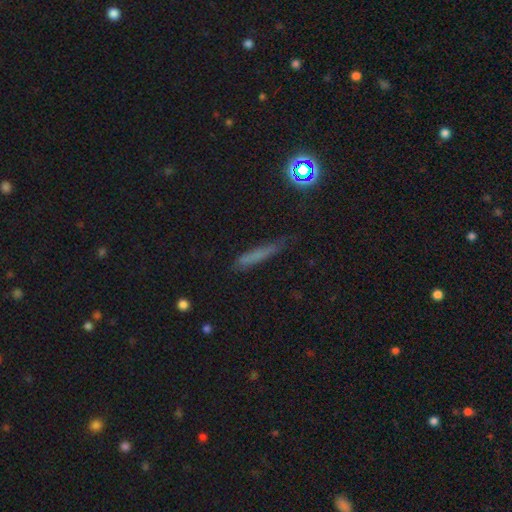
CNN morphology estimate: A smooth galaxy with no disk features (63%) that is cigar-shaped (90%). Merging: none (70%).